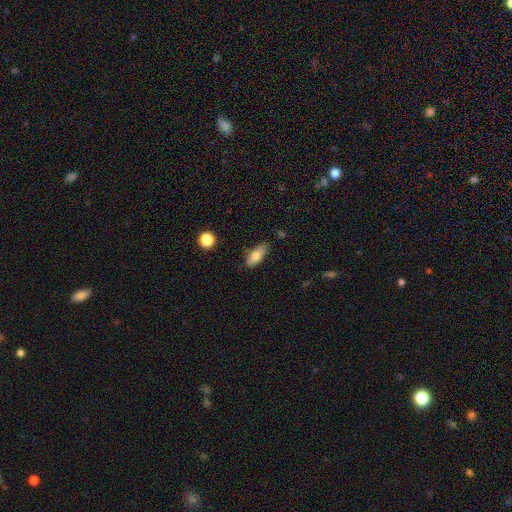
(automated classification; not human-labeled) Smooth or featured?
  - smooth: 77% *
  - featured or disk: 16%
  - star or artifact: 7%
How rounded?
  - in between: 78% *
  - cigar-shaped: 18%
  - round: 3%
Merging?
  - none: 73% *
  - minor disturbance: 20%
  - major disturbance: 4%
  - merger: 3%